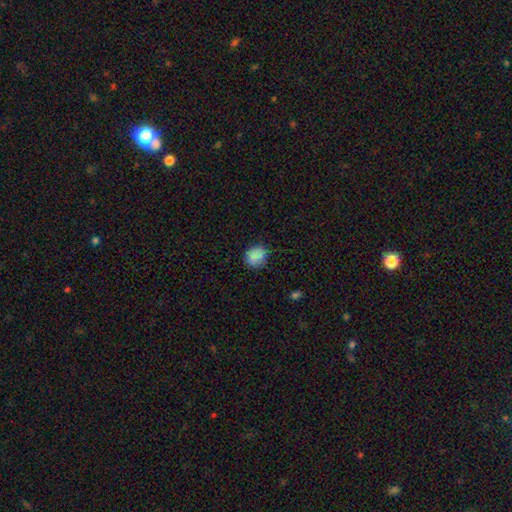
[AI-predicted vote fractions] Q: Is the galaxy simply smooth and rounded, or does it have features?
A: smooth — 85%.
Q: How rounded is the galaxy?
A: round — 61%.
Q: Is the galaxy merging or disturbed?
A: none — 77%.